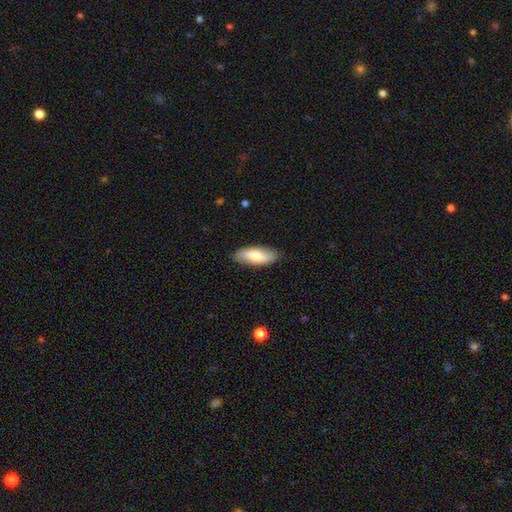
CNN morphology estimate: This appears to be a smooth galaxy with no disk features (66%) that is in between round and cigar-shaped (74%). Merging: none (85%).